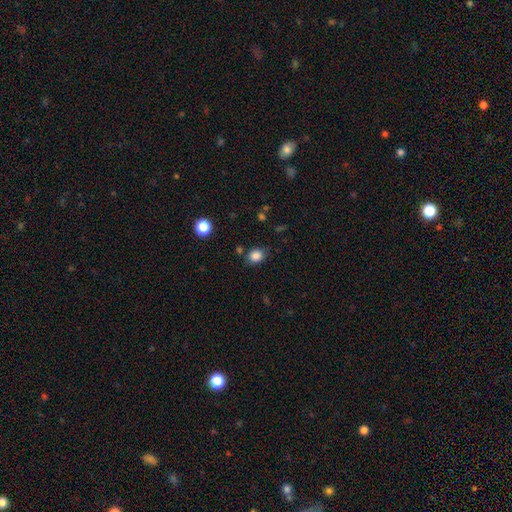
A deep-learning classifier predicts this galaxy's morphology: Smooth or featured: smooth — 85% (star or artifact — 11%)
How rounded: round — 62% (in between — 37%)
Merging: none — 76% (minor disturbance — 15%)